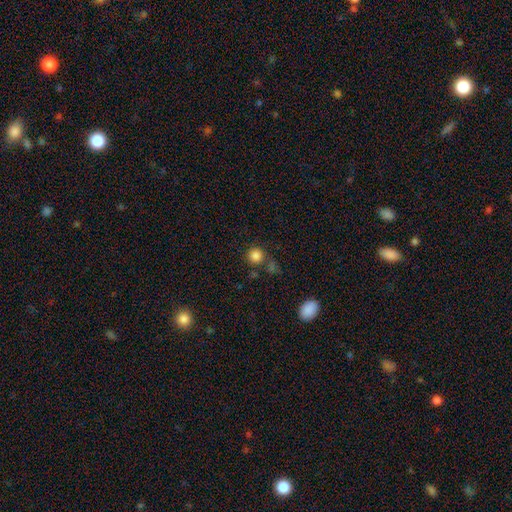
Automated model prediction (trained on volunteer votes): smooth-or-featured: smooth: 83% | star or artifact: 13% | featured or disk: 4%
  how-rounded: round: 94% | in between: 5% | cigar-shaped: 1%
  merging: none: 75% | merger: 12% | minor disturbance: 9% | major disturbance: 4%